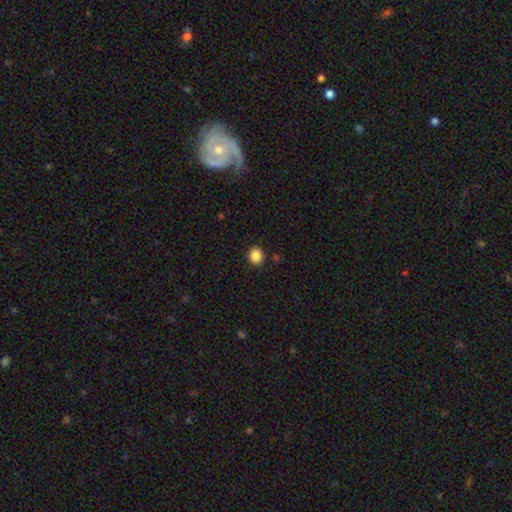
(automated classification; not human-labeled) smooth_or_featured: smooth (p=0.87) [alt: star or artifact p=0.10]
how_rounded: round (p=0.85) [alt: in between p=0.15]
merging: none (p=0.91) [alt: minor disturbance p=0.06]